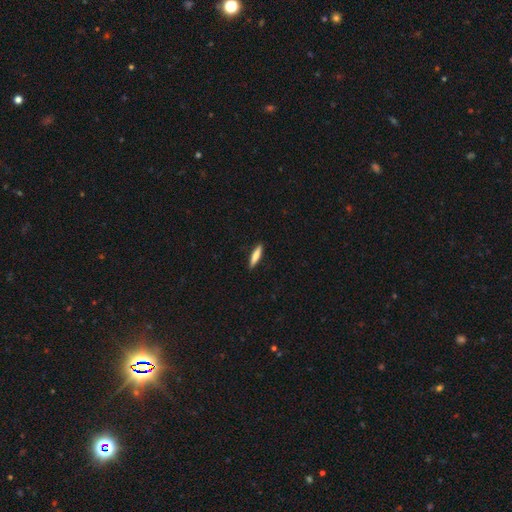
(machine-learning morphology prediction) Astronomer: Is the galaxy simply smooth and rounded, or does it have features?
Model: smooth — 78%.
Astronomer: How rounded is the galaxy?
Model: cigar-shaped — 83%.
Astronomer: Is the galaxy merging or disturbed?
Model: none — 90%.